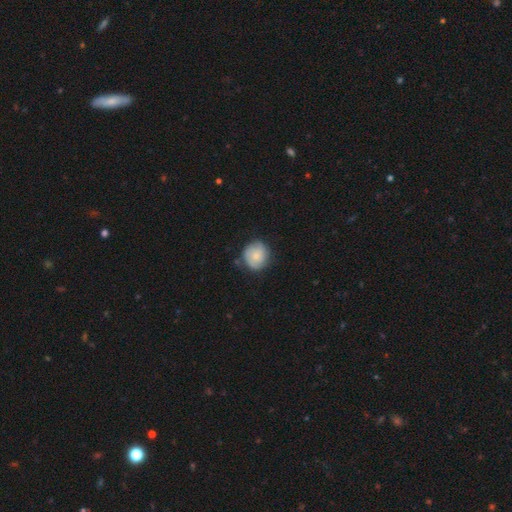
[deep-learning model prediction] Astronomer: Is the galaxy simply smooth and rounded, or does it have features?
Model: smooth — 69%.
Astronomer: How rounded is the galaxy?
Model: round — 82%.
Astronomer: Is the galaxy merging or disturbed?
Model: none — 72%.